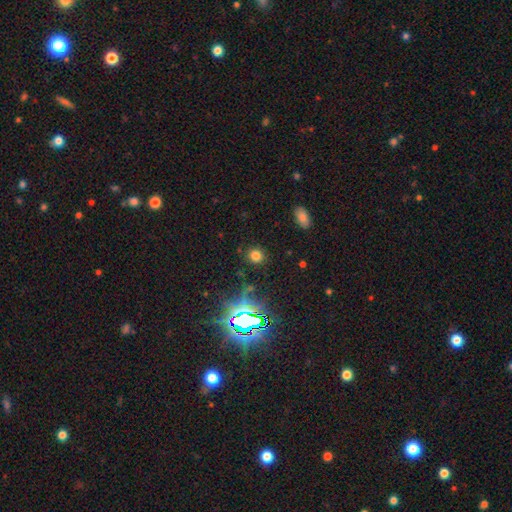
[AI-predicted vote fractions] Smooth or featured: smooth — 70% (star or artifact — 24%)
How rounded: round — 85% (in between — 14%)
Merging: none — 87% (minor disturbance — 7%)